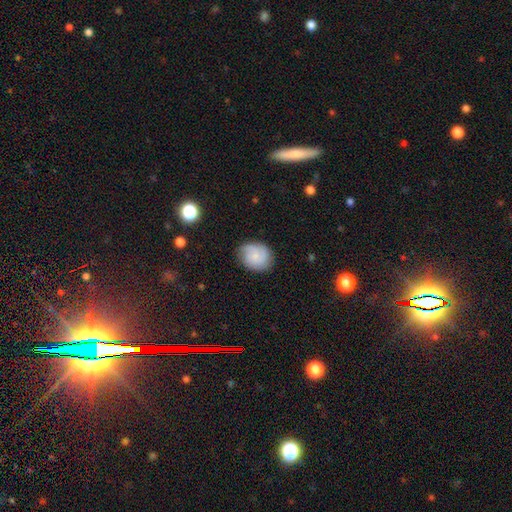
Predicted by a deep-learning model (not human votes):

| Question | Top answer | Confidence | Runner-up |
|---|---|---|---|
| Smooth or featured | featured or disk | 48% | smooth (44%) |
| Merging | none | 74% | minor disturbance (19%) |